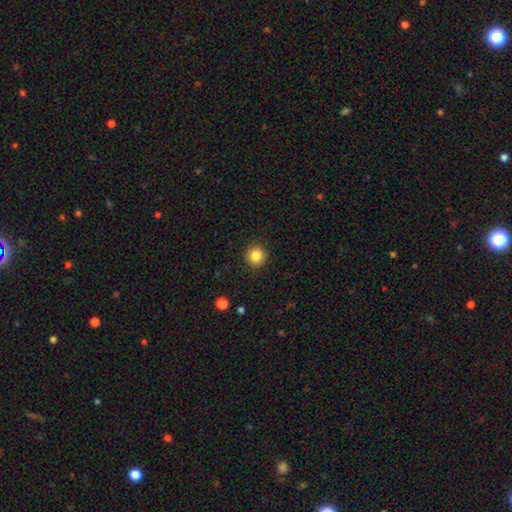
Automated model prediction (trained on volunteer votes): This appears to be a smooth galaxy with no disk features (86%) that is round (93%). Merging: none (91%).